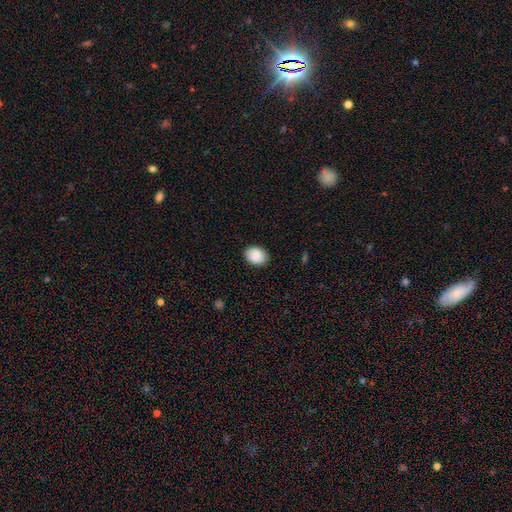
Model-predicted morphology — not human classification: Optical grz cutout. It shows a smooth galaxy with no disk features (89%) that is in between round and cigar-shaped (61%). Merging: none (87%).